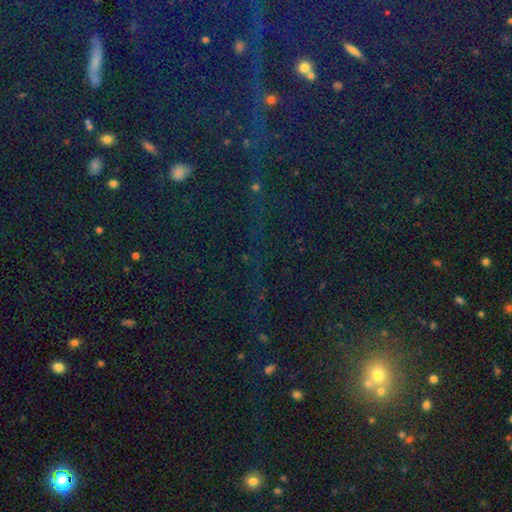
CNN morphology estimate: Smooth or featured: star or artifact — 76% (smooth — 15%)